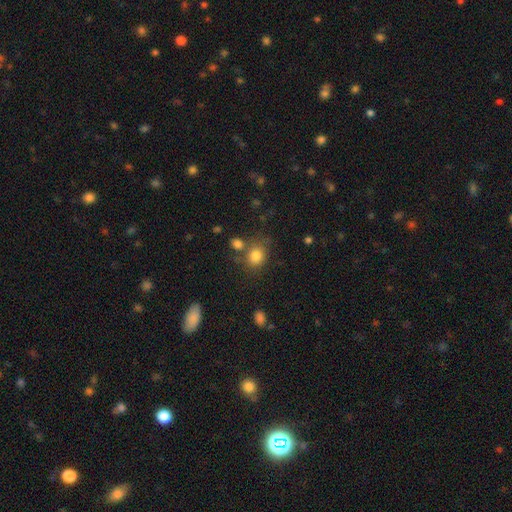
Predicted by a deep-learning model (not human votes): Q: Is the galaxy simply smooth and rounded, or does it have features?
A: smooth — 82%.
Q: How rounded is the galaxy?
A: round — 67%.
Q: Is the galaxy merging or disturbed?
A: none — 61%.